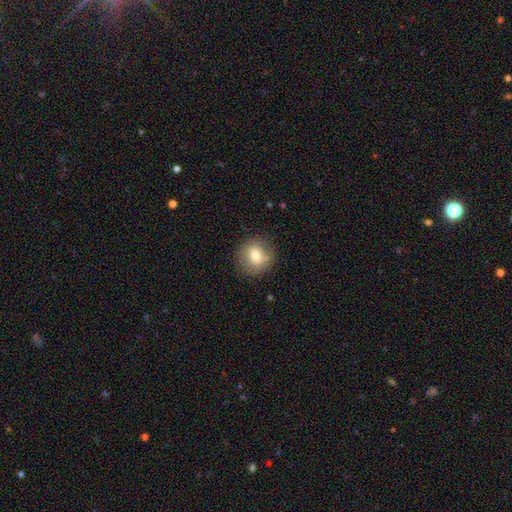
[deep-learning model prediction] The model was most divided on "smooth or featured": smooth: 75%, featured or disk: 16%, star or artifact: 9%. More confident: how rounded — round (84%); merging — none (83%).